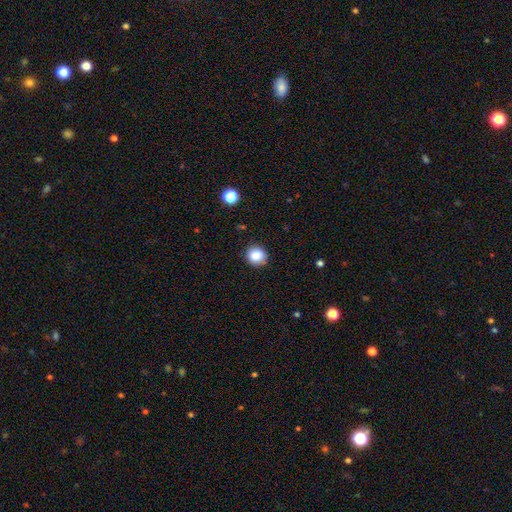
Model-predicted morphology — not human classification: Overall: smooth (84%). How rounded: round (88%). Merging: none (89%).